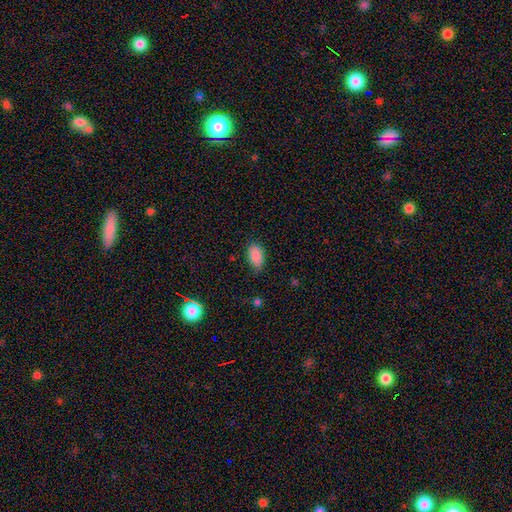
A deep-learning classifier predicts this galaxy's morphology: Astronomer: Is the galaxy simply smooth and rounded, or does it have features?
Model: smooth — 88%.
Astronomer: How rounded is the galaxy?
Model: in between — 93%.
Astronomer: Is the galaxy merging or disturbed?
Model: none — 77%.